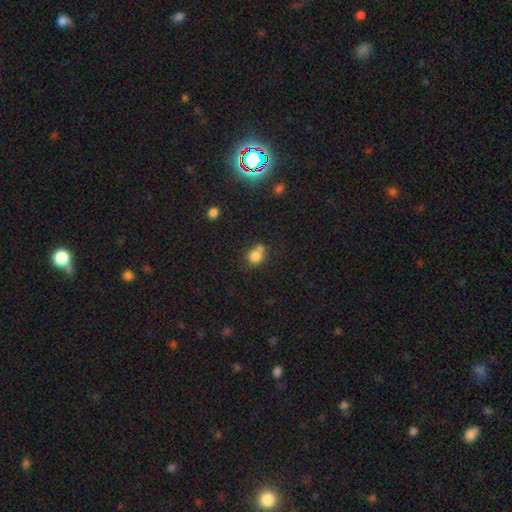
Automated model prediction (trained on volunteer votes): Overall: smooth (78%). How rounded: round (66%; in between 33%). Merging: none (42%; merger 31%).